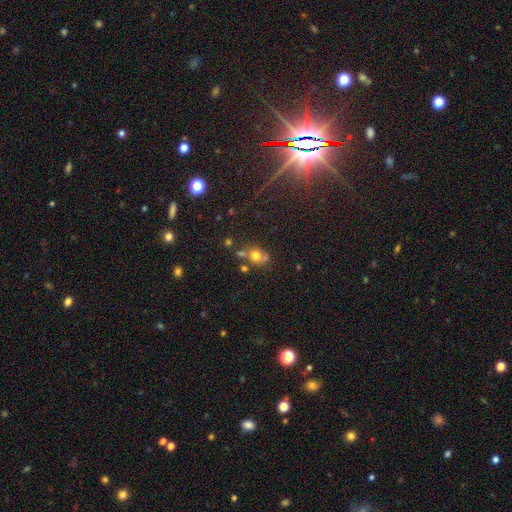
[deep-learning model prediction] The model was most divided on "merging": none: 48%, merger: 32%, minor disturbance: 14%, major disturbance: 6%. More confident: how rounded — round (74%); smooth or featured — smooth (64%).